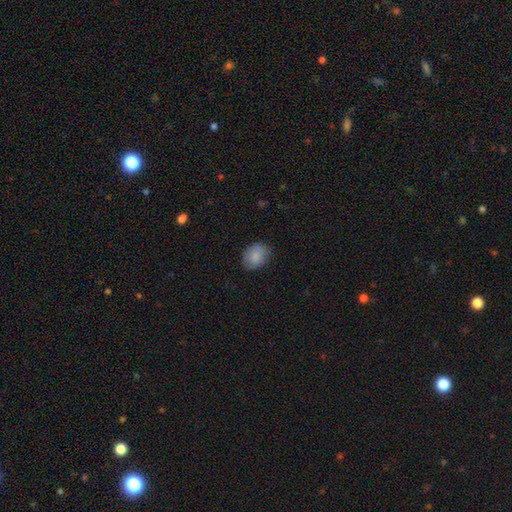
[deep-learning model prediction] This appears to be a smooth galaxy with no disk features (86%) that is in between round and cigar-shaped (59%). Merging: none (81%).